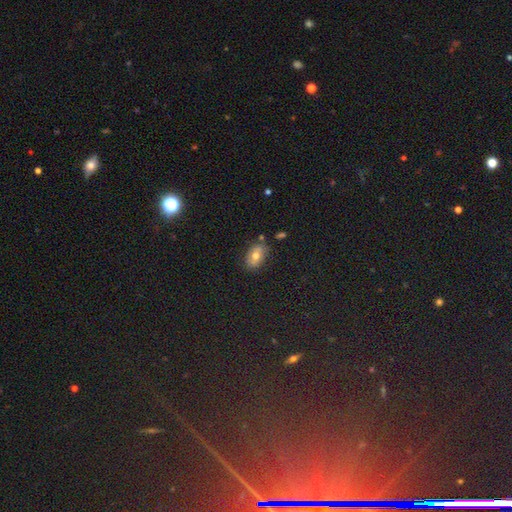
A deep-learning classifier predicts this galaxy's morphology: A smooth galaxy with no disk features (67%) that is in between round and cigar-shaped (87%).

Vote fractions:
- Smooth or featured? smooth: 67% / featured or disk: 20% / star or artifact: 12%
- How rounded? in between: 87% / round: 10% / cigar-shaped: 2%
- Merging? none: 79% / minor disturbance: 15% / merger: 3% / major disturbance: 3%